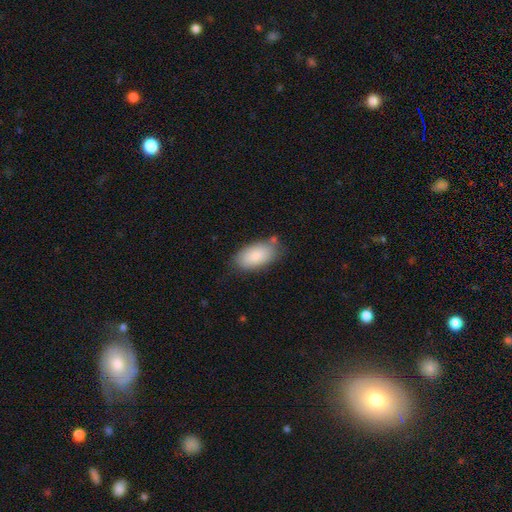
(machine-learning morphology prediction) smooth 87%, featured or disk 7%, star or artifact 6%. Down the decision tree: how rounded — in between (94%); merging — none (73%).